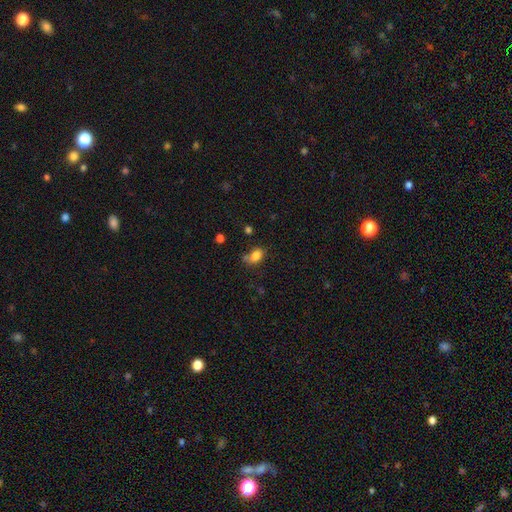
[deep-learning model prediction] smooth_or_featured: smooth (p=0.81) [alt: star or artifact p=0.11]
how_rounded: in between (p=0.73) [alt: round p=0.26]
merging: none (p=0.54) [alt: minor disturbance p=0.22]